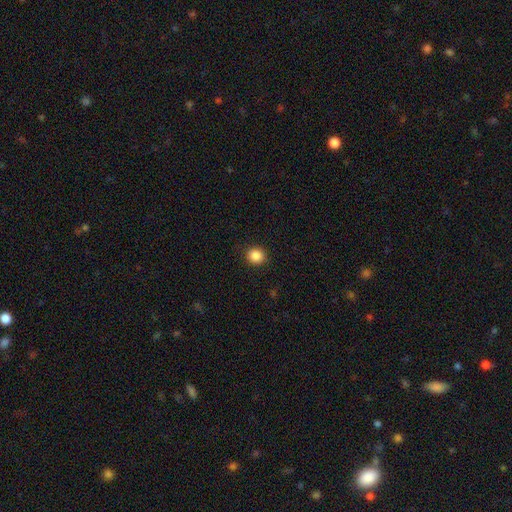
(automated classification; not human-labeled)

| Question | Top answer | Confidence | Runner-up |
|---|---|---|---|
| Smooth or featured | smooth | 87% | star or artifact (10%) |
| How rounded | round | 86% | in between (13%) |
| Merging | none | 91% | minor disturbance (6%) |